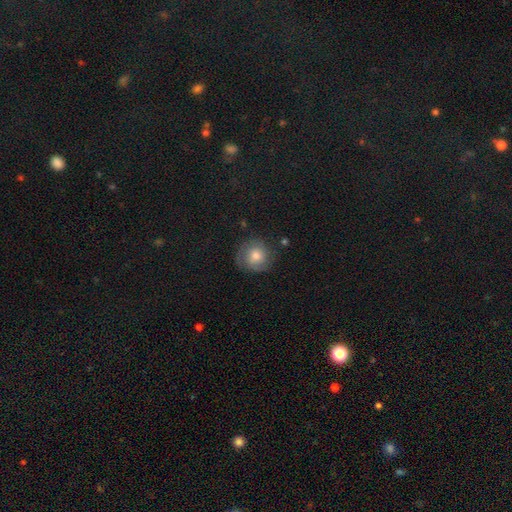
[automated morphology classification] This is likely a smooth galaxy (66%). How rounded: clearly round (89%). Merging: likely none (73%).